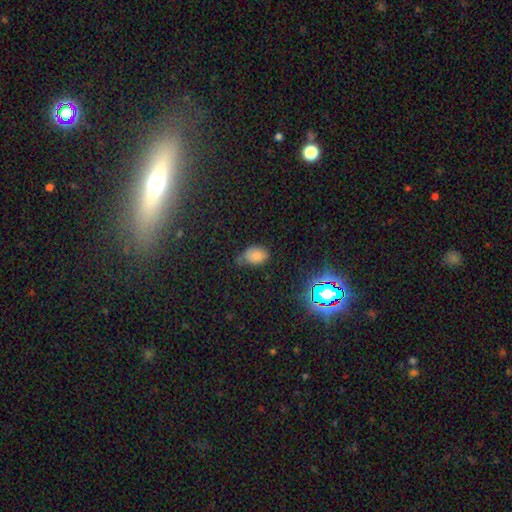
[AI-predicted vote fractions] This appears to be a smooth galaxy with no disk features (75%) that is in between round and cigar-shaped (76%). Merging: none (47%).